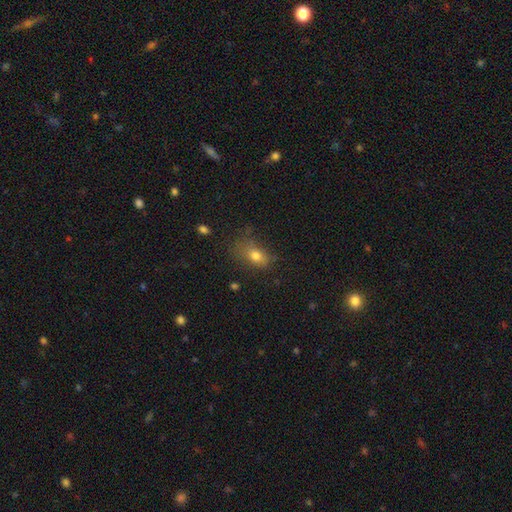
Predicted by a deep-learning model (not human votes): This is likely a smooth galaxy (75%). How rounded: likely in between (76%). Merging: possibly none (50%).